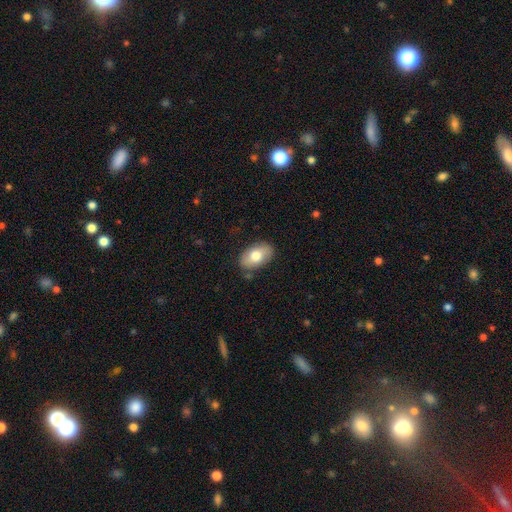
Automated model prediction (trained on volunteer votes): The model was most divided on "smooth or featured": smooth: 75%, featured or disk: 19%, star or artifact: 6%. More confident: how rounded — in between (91%); merging — none (81%).